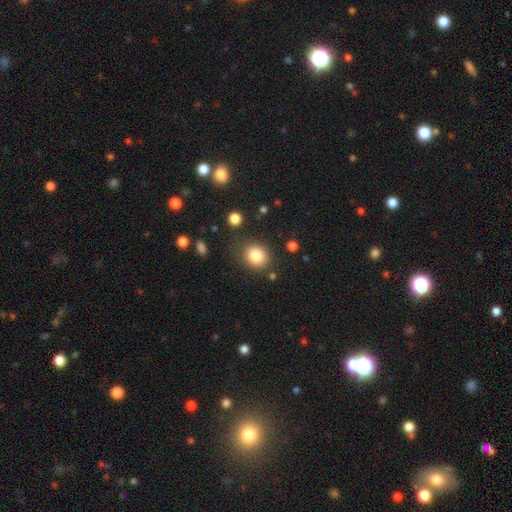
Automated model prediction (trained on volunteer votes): This is clearly a smooth galaxy (84%). How rounded: likely round (70%). Merging: likely none (80%).